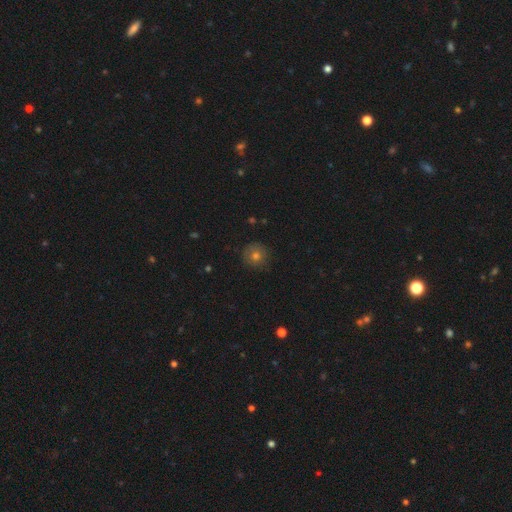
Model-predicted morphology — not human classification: smooth_or_featured: smooth (p=0.71) [alt: star or artifact p=0.16]
how_rounded: round (p=0.94) [alt: in between p=0.05]
merging: none (p=0.87) [alt: minor disturbance p=0.10]